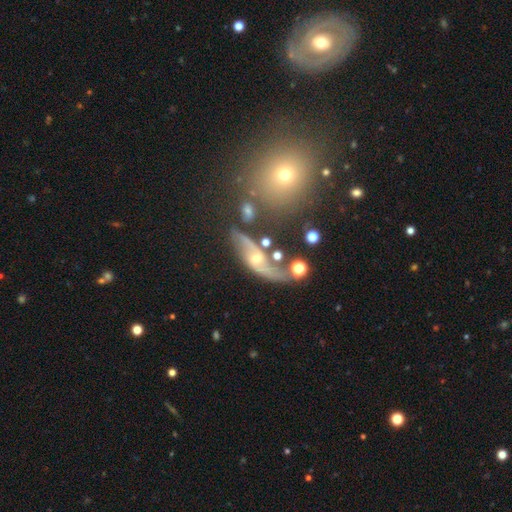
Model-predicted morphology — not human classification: Overall: featured or disk (71%). Edge-on disk: no (80%). Bar: no (63%; weak 26%). Spiral arms: yes (80%). Bulge size: small (54%; moderate 37%). Merging: none (45%; major disturbance 21%).